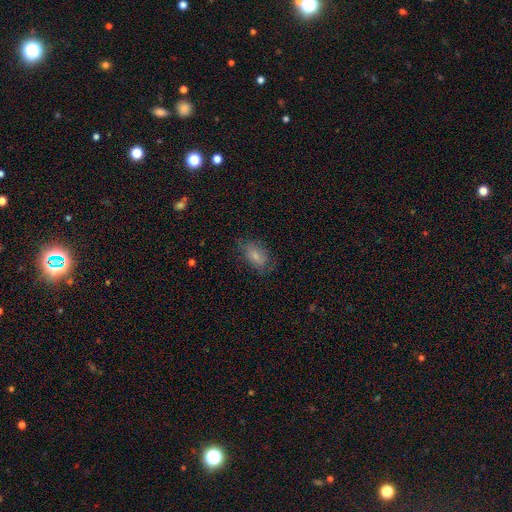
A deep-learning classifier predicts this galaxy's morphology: Smooth or featured? Predicted: smooth (p=0.72). How rounded? Predicted: in between (p=0.87). Merging? Predicted: none (p=0.68).